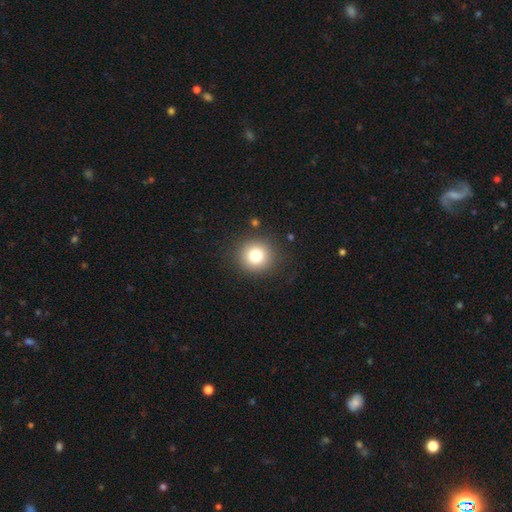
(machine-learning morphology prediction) Smooth or featured? Predicted: smooth (p=0.79). How rounded? Predicted: round (p=0.92). Merging? Predicted: none (p=0.89).